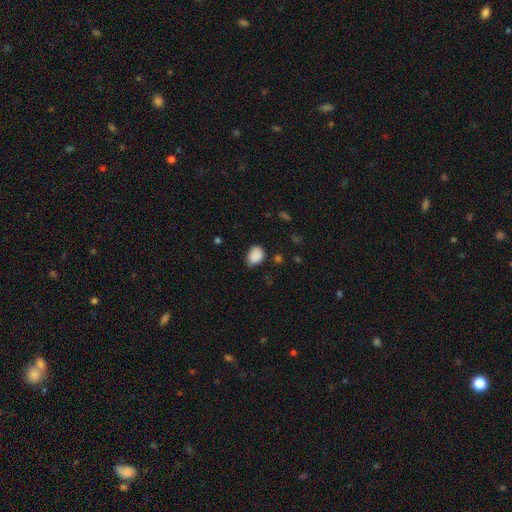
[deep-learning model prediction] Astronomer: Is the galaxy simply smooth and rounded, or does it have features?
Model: smooth — 87%.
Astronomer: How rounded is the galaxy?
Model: in between — 64%.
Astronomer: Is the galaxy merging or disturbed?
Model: none — 66%.